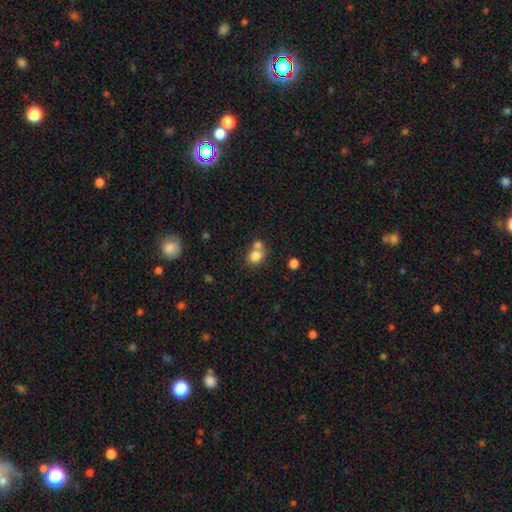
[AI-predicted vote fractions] A smooth galaxy with no disk features (78%) that is round (71%). Merging: merger (49%).